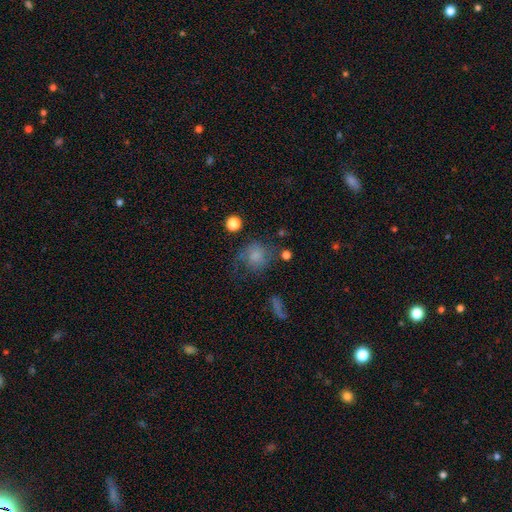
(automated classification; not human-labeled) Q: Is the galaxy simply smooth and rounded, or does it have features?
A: smooth — 70%.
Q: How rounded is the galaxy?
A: round — 79%.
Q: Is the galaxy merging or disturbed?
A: none — 49%.